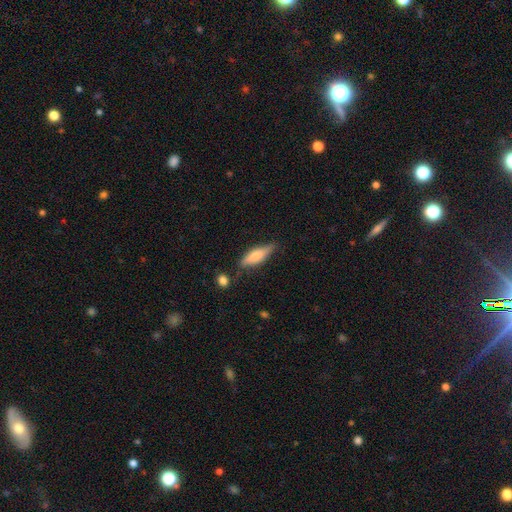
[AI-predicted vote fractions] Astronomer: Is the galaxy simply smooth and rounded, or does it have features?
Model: smooth — 61%.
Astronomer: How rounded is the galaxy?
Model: cigar-shaped — 56% (runner-up: in between, 42%).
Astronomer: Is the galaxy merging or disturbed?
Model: none — 72%.